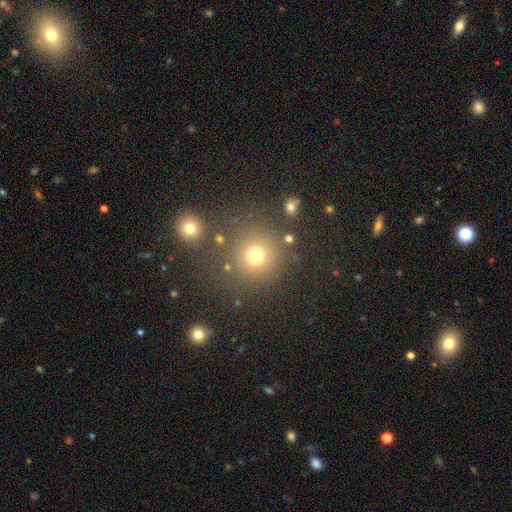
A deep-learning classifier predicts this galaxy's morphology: The model was most divided on "smooth or featured": smooth: 73%, star or artifact: 19%, featured or disk: 8%. More confident: how rounded — round (92%); merging — none (80%).